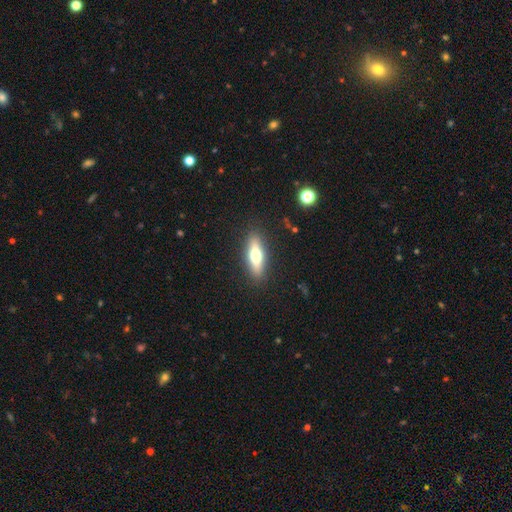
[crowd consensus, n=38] This is possibly a smooth galaxy (47%). How rounded: likely cigar-shaped (78%). Merging: clearly none (94%).